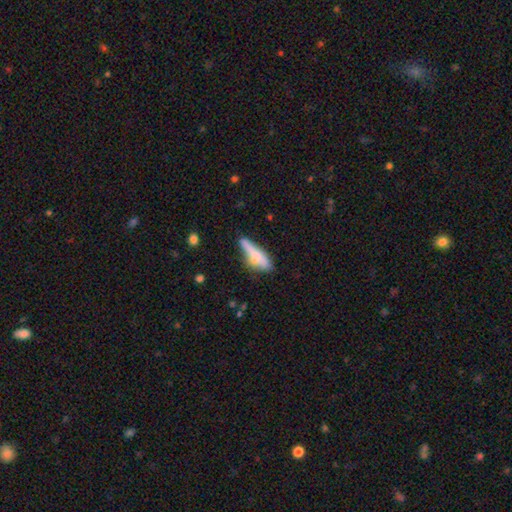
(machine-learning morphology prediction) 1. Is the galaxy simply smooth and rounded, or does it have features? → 57% smooth, 35% featured or disk, 8% star or artifact.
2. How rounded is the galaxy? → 68% cigar-shaped, 30% in between, 3% round.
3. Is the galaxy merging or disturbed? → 48% none, 25% minor disturbance, 15% merger, 12% major disturbance.